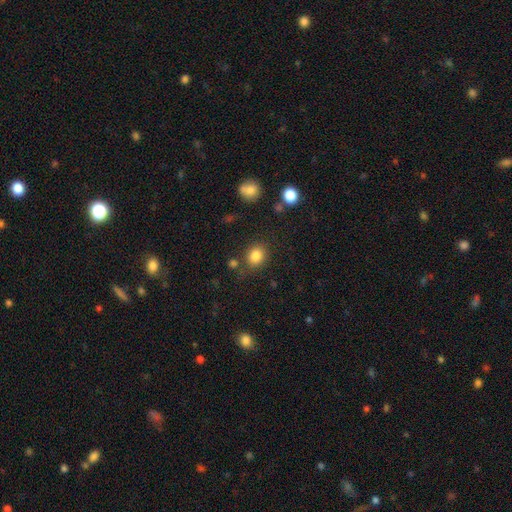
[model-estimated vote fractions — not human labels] Morphology: type=smooth (84%); roundness=round (63%); merging=none (79%).